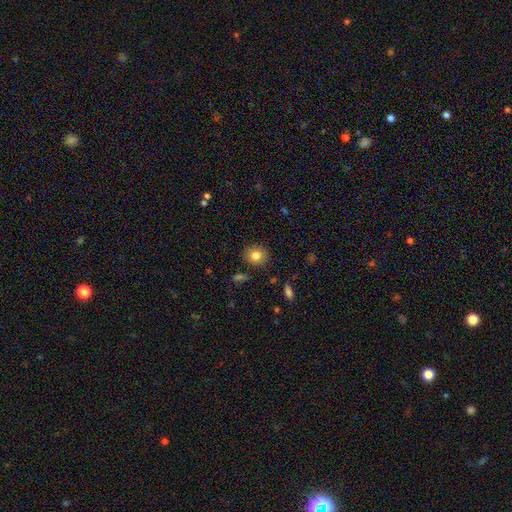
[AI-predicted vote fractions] smooth-or-featured: smooth: 81% | star or artifact: 10% | featured or disk: 9%
  how-rounded: round: 78% | in between: 21% | cigar-shaped: 1%
  merging: none: 88% | minor disturbance: 8% | major disturbance: 2% | merger: 2%